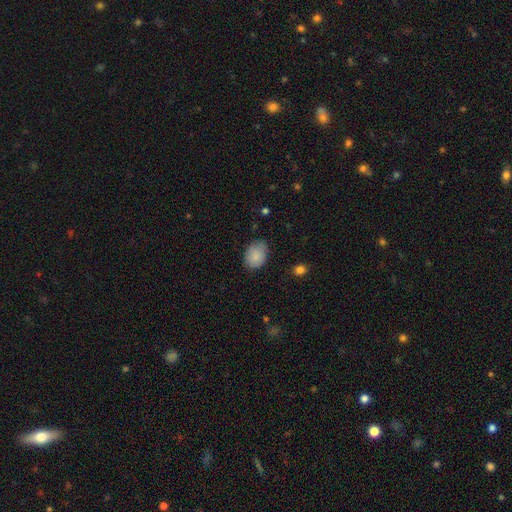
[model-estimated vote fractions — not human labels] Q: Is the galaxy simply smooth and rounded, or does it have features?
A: smooth — 86%.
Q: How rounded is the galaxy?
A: in between — 63%.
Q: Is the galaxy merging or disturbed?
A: none — 73%.